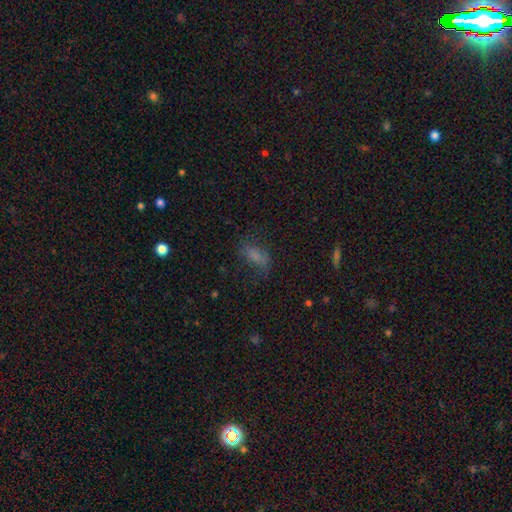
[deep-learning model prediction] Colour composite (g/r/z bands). It shows a smooth galaxy with no disk features (64%) that is in between round and cigar-shaped (80%). Merging: none (56%).